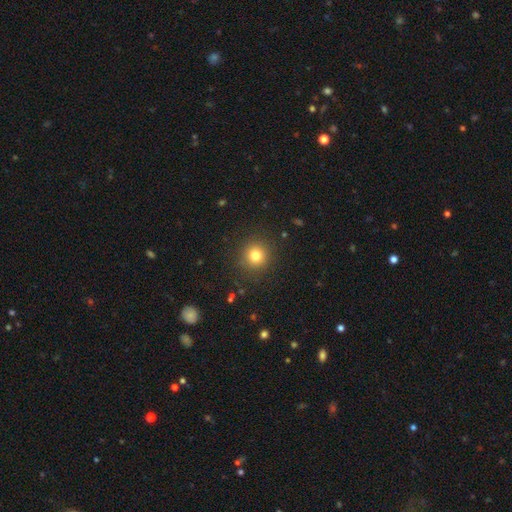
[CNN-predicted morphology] The model was most divided on "smooth or featured": smooth: 79%, star or artifact: 14%, featured or disk: 7%. More confident: how rounded — round (92%); merging — none (90%).